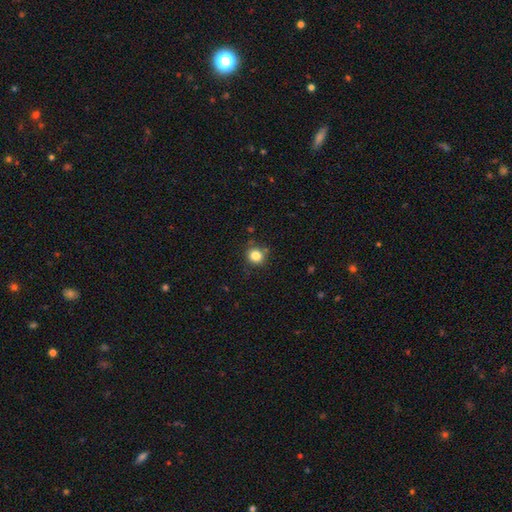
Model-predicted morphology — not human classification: A smooth galaxy with no disk features (83%) that is round (87%).

Vote fractions:
- Smooth or featured? smooth: 83% / star or artifact: 12% / featured or disk: 5%
- How rounded? round: 87% / in between: 12% / cigar-shaped: 1%
- Merging? none: 82% / minor disturbance: 11% / merger: 4% / major disturbance: 3%